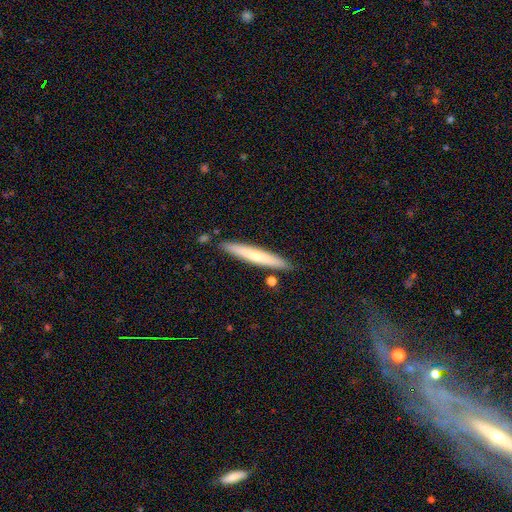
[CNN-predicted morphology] Smooth or featured? Predicted: smooth (p=0.56). How rounded? Predicted: cigar-shaped (p=0.95). Merging? Predicted: none (p=0.87).